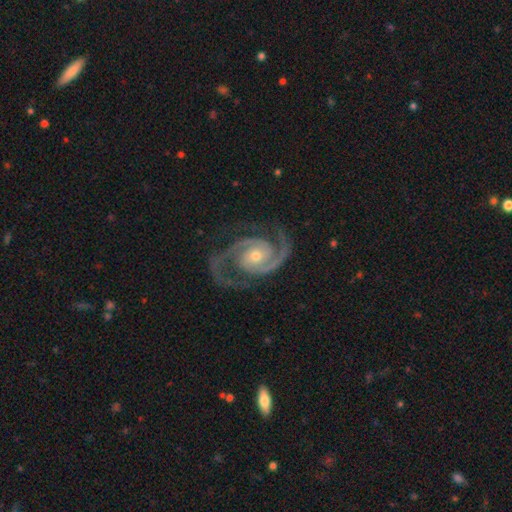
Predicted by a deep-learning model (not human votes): featured or disk 94%, star or artifact 4%, smooth 2%. Down the decision tree: edge-on disk — no (98%); bar — no (68%); spiral arms — yes (99%); spiral arm count — 2 (92%); spiral winding — medium (53%); bulge size — small (49%); merging — none (79%).